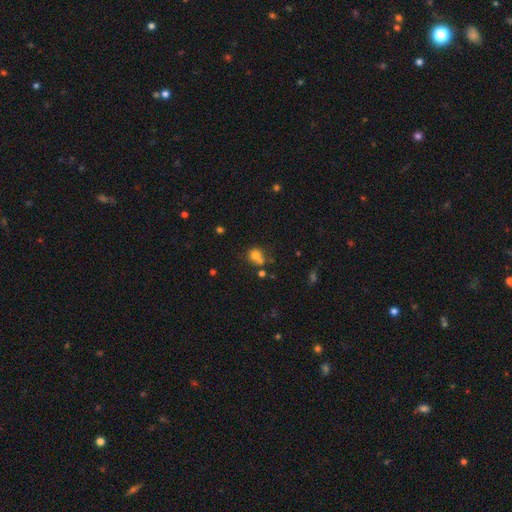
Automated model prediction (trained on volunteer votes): smooth_or_featured: smooth (p=0.74) [alt: star or artifact p=0.14]
how_rounded: round (p=0.78) [alt: in between p=0.21]
merging: none (p=0.45) [alt: merger p=0.37]